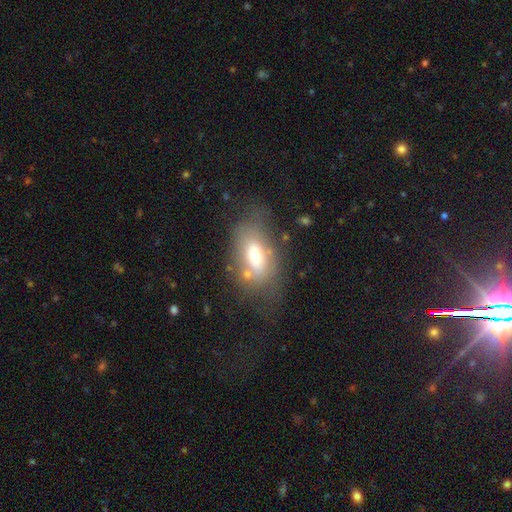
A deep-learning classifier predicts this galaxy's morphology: This is likely a smooth galaxy (61%). How rounded: clearly in between (86%). Merging: possibly none (57%).